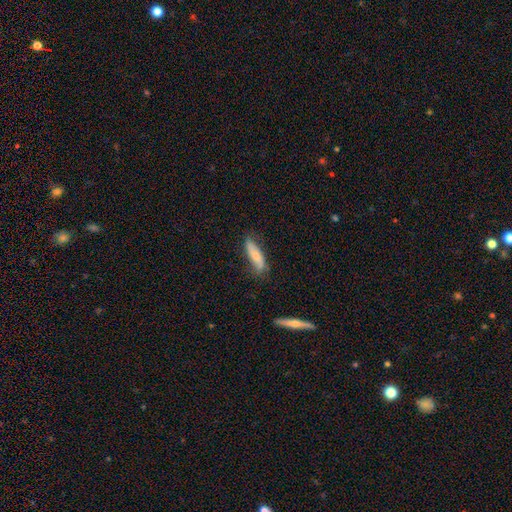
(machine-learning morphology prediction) Smooth or featured? smooth (63%)
How rounded? cigar-shaped (57%)
Merging? none (69%)